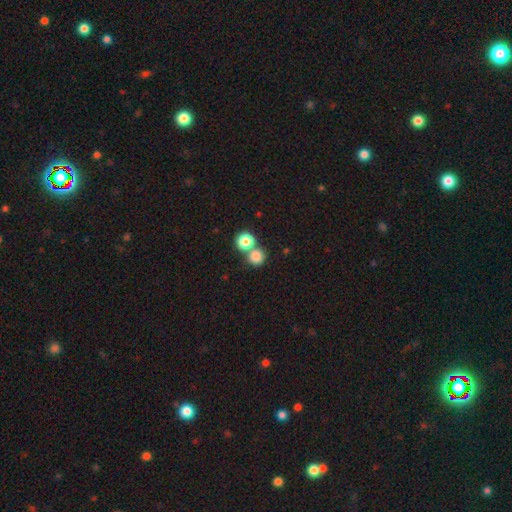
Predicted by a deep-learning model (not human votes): The model was most divided on "merging": none: 53%, merger: 38%, minor disturbance: 6%, major disturbance: 3%. More confident: how rounded — round (88%); smooth or featured — smooth (81%).